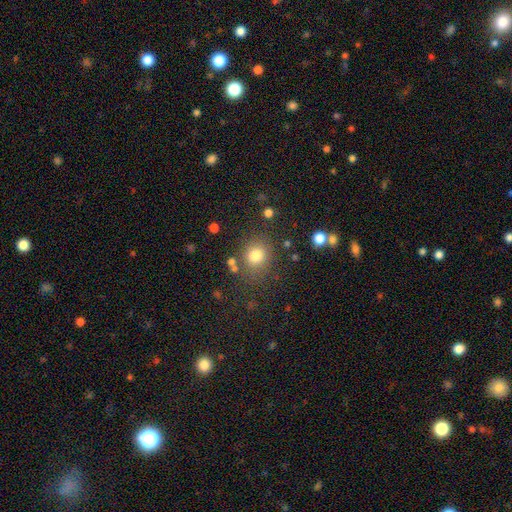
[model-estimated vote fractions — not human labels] A smooth galaxy with no disk features (79%) that is round (79%). Merging: none (78%).